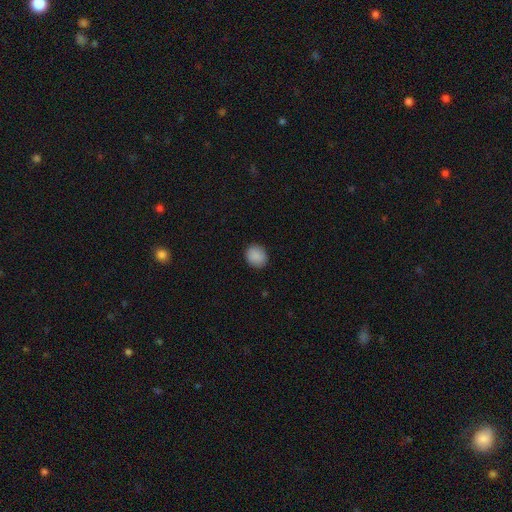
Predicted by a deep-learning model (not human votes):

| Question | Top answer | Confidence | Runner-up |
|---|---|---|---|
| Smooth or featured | smooth | 89% | star or artifact (8%) |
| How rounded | round | 70% | in between (30%) |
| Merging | none | 88% | minor disturbance (9%) |